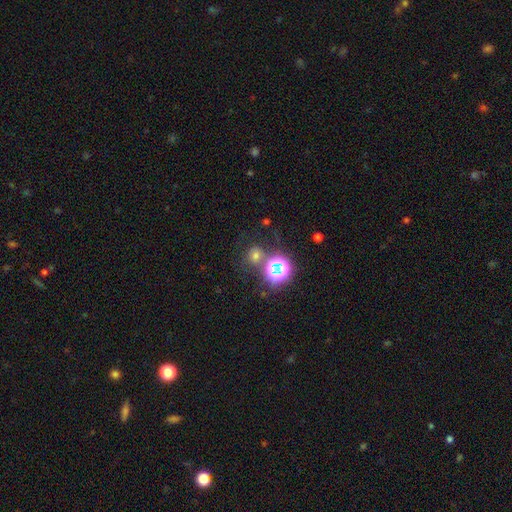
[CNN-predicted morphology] smooth 55%, star or artifact 36%, featured or disk 9%. Down the decision tree: how rounded — round (80%); merging — none (68%).